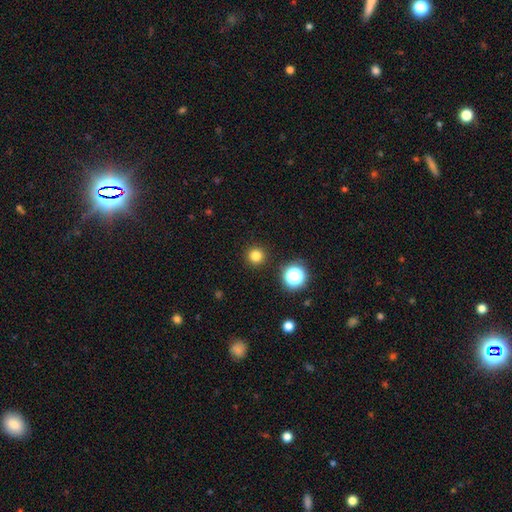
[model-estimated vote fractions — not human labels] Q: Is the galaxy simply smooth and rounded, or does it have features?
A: smooth — 80%.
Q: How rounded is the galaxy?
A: round — 95%.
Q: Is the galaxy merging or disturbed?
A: none — 92%.